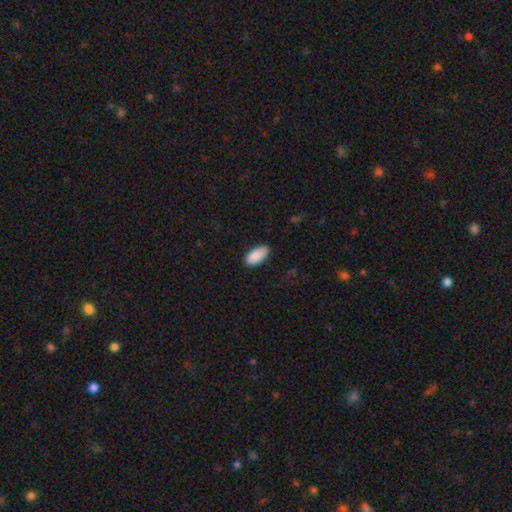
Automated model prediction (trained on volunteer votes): Overall: smooth (89%). How rounded: in between (93%). Merging: none (80%).